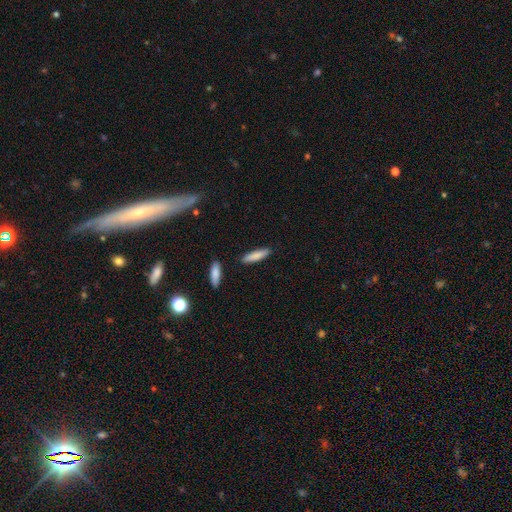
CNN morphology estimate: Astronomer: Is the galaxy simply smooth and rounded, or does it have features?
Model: smooth — 83%.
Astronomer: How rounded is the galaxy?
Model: cigar-shaped — 75%.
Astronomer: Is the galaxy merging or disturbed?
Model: none — 86%.